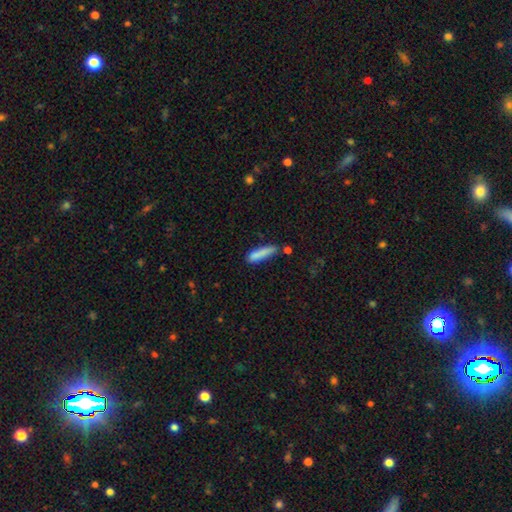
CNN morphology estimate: Smooth or featured? Predicted: smooth (p=0.83). How rounded? Predicted: cigar-shaped (p=0.81). Merging? Predicted: none (p=0.67).